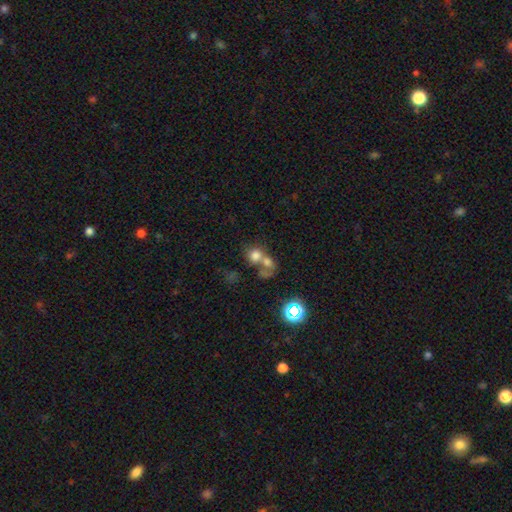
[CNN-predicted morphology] Smooth or featured?
  - smooth: 69% *
  - star or artifact: 16%
  - featured or disk: 15%
How rounded?
  - round: 75% *
  - in between: 24%
  - cigar-shaped: 1%
Merging?
  - merger: 55% *
  - none: 31%
  - minor disturbance: 7%
  - major disturbance: 7%